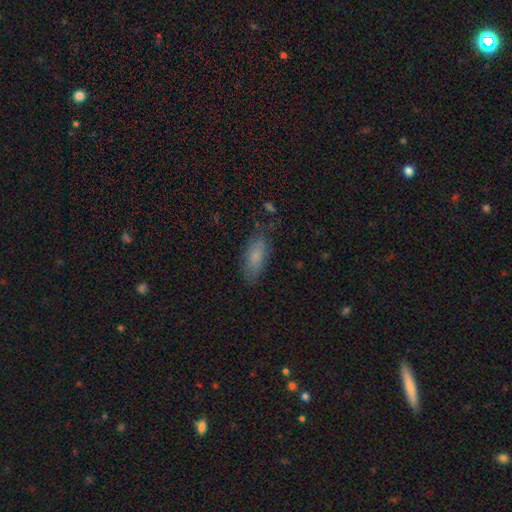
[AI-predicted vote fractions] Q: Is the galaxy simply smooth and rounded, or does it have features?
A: smooth — 78%.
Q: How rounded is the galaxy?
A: in between — 78%.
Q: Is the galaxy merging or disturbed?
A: none — 75%.